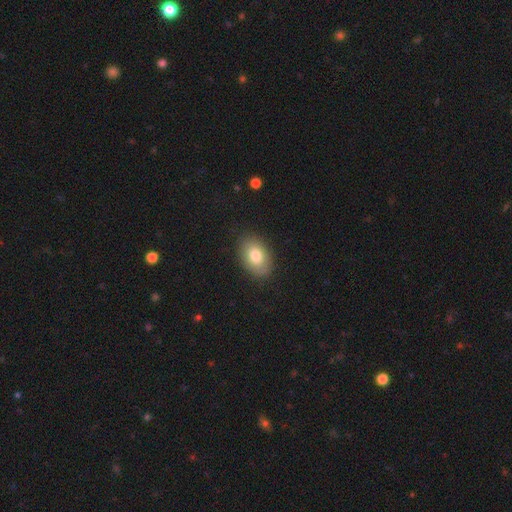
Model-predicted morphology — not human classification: This is likely a smooth galaxy (80%). How rounded: clearly in between (87%). Merging: clearly none (85%).